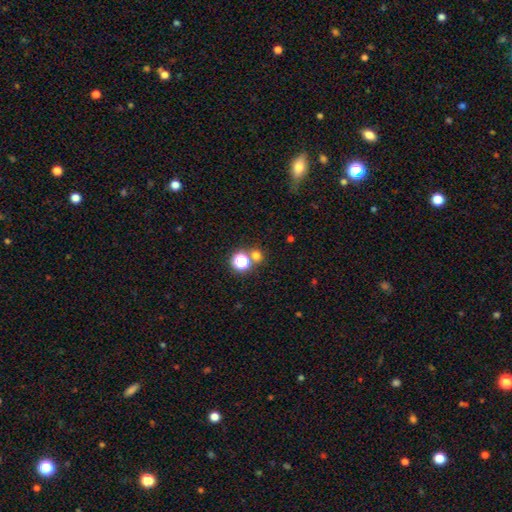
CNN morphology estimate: This appears to be a smooth galaxy with no disk features (66%) that is round (84%). Merging: none (67%).